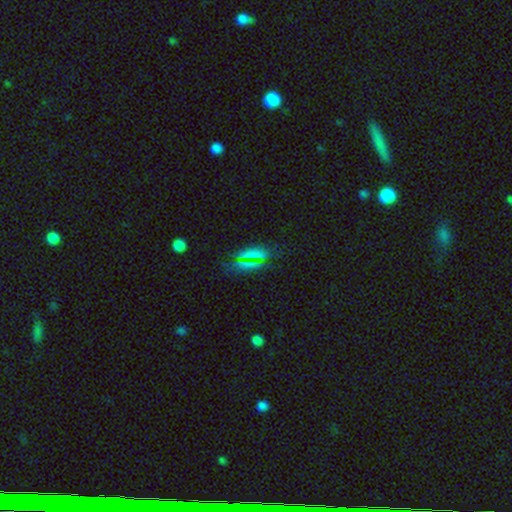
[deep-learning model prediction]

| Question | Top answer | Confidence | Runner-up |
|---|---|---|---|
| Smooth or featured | smooth | 65% | star or artifact (23%) |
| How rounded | in between | 68% | cigar-shaped (21%) |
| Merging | none | 75% | minor disturbance (17%) |